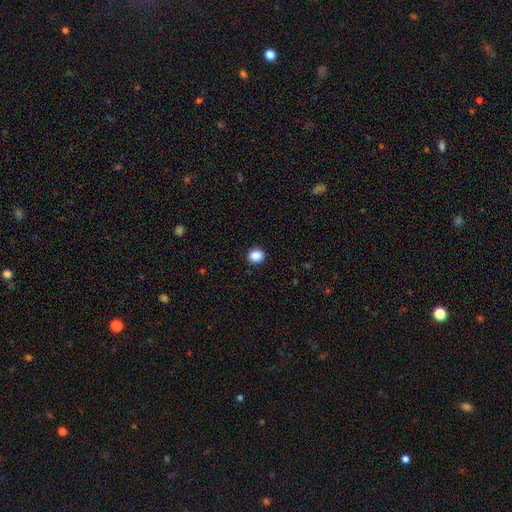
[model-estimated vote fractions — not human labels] smooth-or-featured: smooth: 87% | star or artifact: 10% | featured or disk: 3%
  how-rounded: round: 85% | in between: 14% | cigar-shaped: 1%
  merging: none: 92% | minor disturbance: 5% | major disturbance: 2% | merger: 1%